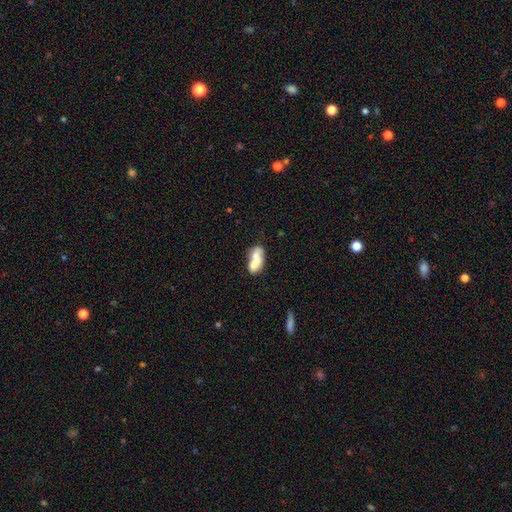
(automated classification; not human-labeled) Smooth or featured?
  - smooth: 64% *
  - featured or disk: 27%
  - star or artifact: 8%
How rounded?
  - in between: 84% *
  - round: 9%
  - cigar-shaped: 7%
Merging?
  - merger: 59% *
  - none: 22%
  - minor disturbance: 11%
  - major disturbance: 7%